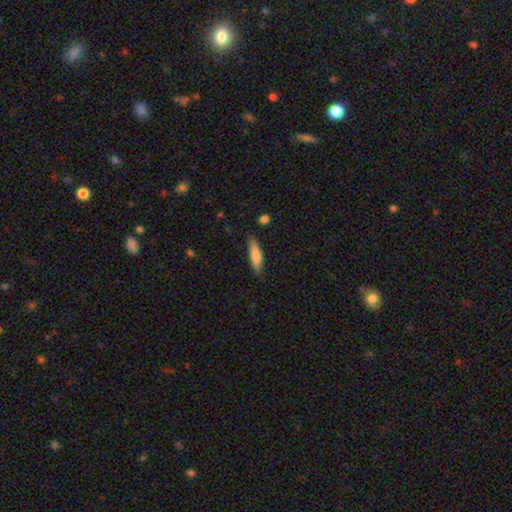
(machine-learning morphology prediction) Q: Smooth or featured?
A: smooth (74%); runner-up: featured or disk (19%)
Q: How rounded?
A: cigar-shaped (67%); runner-up: in between (31%)
Q: Merging?
A: none (81%); runner-up: minor disturbance (15%)